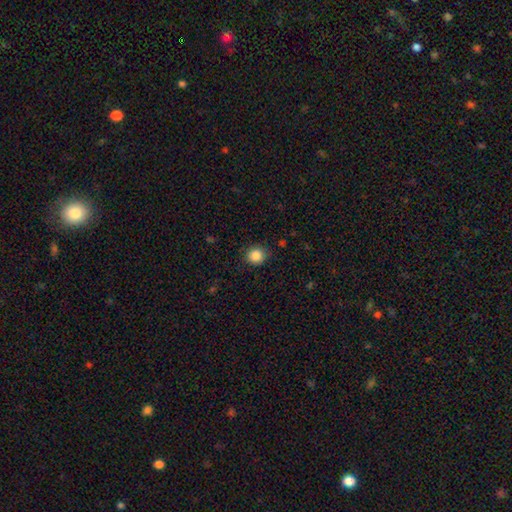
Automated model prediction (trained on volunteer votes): Smooth or featured? smooth (86%)
How rounded? round (86%)
Merging? none (87%)